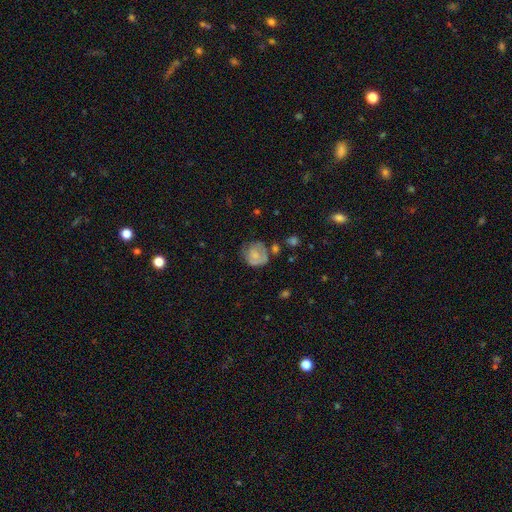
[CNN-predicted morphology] This appears to be a smooth galaxy with no disk features (60%) that is round (79%). Merging: none (48%).